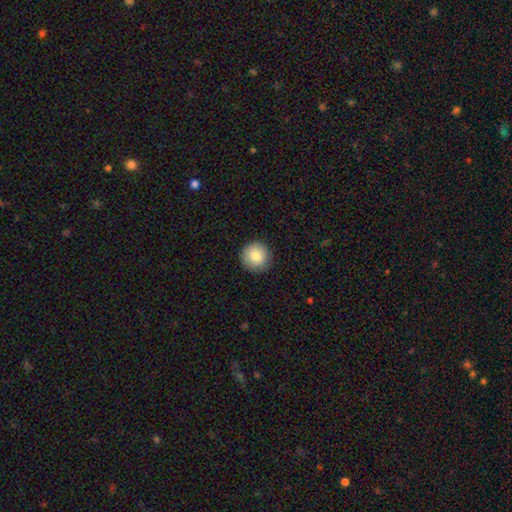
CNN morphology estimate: Q: Smooth or featured?
A: smooth (84%); runner-up: star or artifact (8%)
Q: How rounded?
A: round (95%); runner-up: in between (4%)
Q: Merging?
A: none (90%); runner-up: minor disturbance (7%)